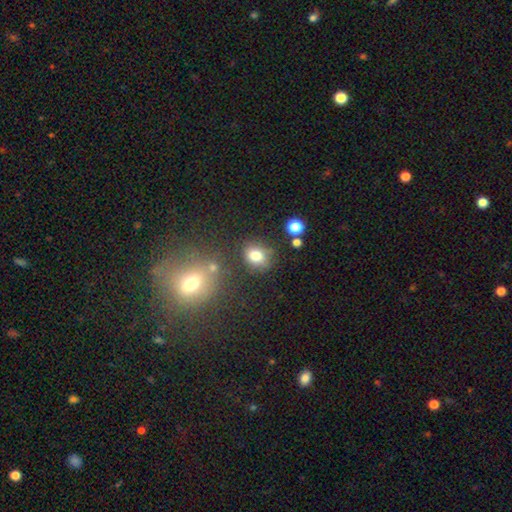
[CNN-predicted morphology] Smooth or featured?
  - smooth: 78% *
  - star or artifact: 13%
  - featured or disk: 9%
How rounded?
  - round: 54% *
  - in between: 45%
  - cigar-shaped: 1%
Merging?
  - none: 70% *
  - minor disturbance: 16%
  - merger: 8%
  - major disturbance: 5%